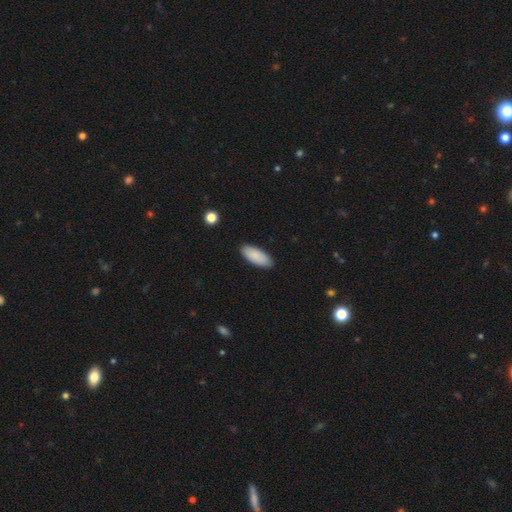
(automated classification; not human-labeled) smooth-or-featured: smooth: 88% | star or artifact: 6% | featured or disk: 6%
  how-rounded: in between: 85% | cigar-shaped: 13% | round: 2%
  merging: none: 88% | minor disturbance: 9% | major disturbance: 2% | merger: 1%